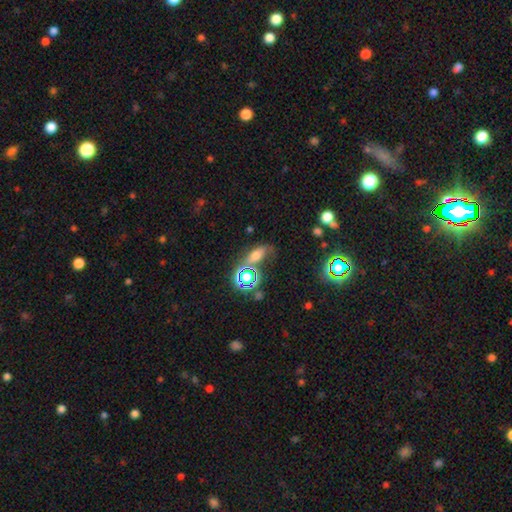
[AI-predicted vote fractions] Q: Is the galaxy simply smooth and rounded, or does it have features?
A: smooth — 53%.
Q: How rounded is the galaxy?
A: in between — 74%.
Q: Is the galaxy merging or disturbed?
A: none — 51%.